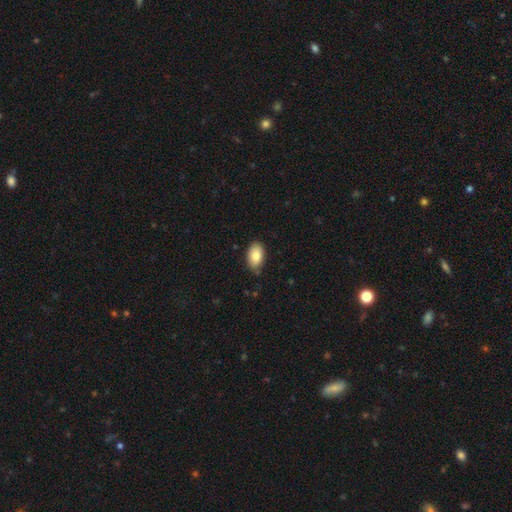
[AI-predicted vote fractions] smooth_or_featured: smooth (p=0.84) [alt: featured or disk p=0.09]
how_rounded: in between (p=0.92) [alt: round p=0.06]
merging: none (p=0.81) [alt: minor disturbance p=0.15]